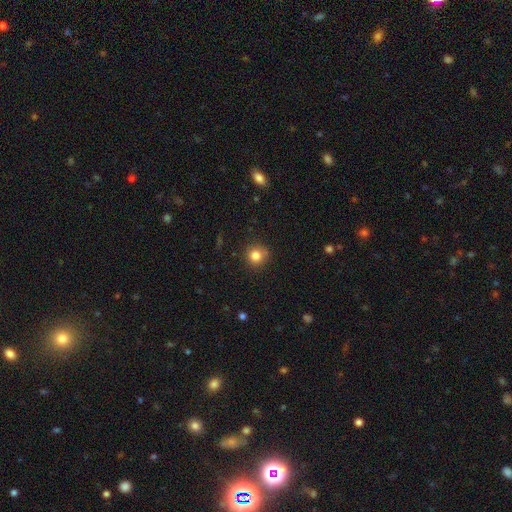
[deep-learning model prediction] This is clearly a smooth galaxy (82%). How rounded: clearly round (92%). Merging: clearly none (85%).